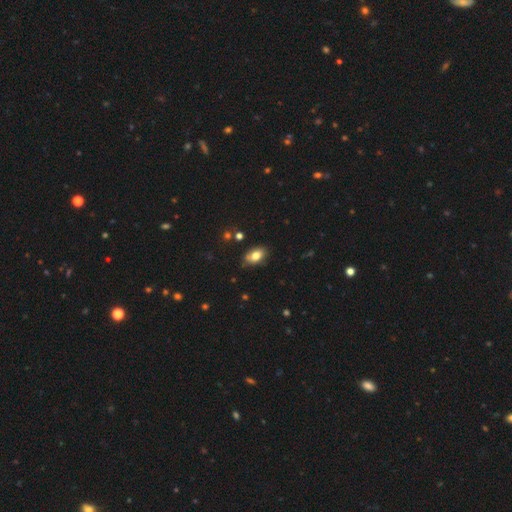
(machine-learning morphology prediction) A smooth galaxy with no disk features (79%) that is in between round and cigar-shaped (89%). Merging: none (75%).